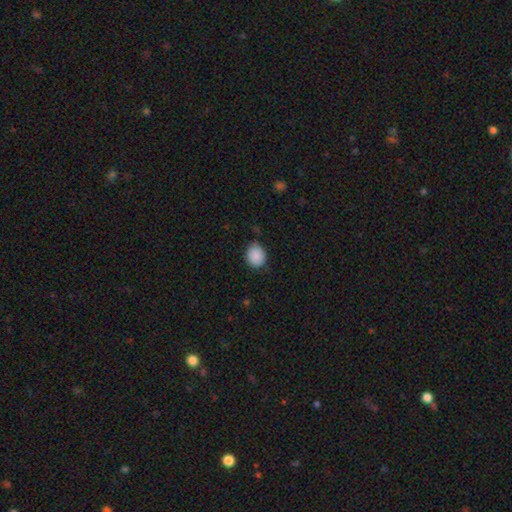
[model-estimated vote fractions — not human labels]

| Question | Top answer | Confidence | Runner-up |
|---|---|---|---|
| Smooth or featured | smooth | 89% | star or artifact (8%) |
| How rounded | round | 66% | in between (33%) |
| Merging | none | 77% | minor disturbance (18%) |